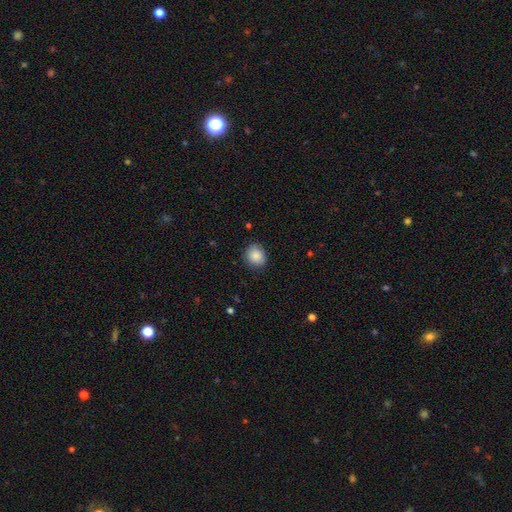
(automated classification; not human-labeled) This is clearly a smooth galaxy (87%). How rounded: likely round (73%). Merging: clearly none (84%).